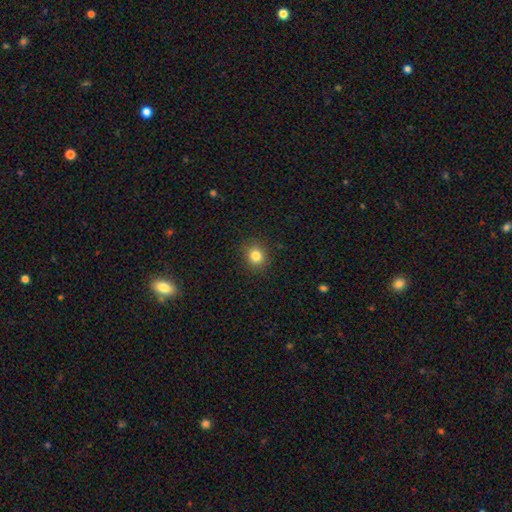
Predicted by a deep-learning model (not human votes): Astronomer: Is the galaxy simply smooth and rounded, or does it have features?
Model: smooth — 83%.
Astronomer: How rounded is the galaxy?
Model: round — 82%.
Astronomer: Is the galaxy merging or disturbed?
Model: none — 89%.